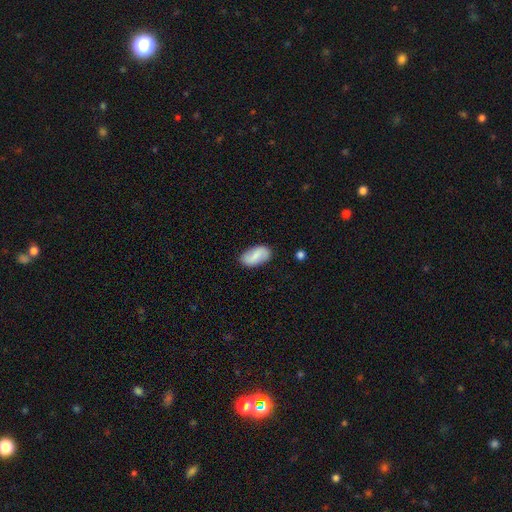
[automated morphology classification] type=smooth (64%); roundness=in between (94%); merging=none (82%).